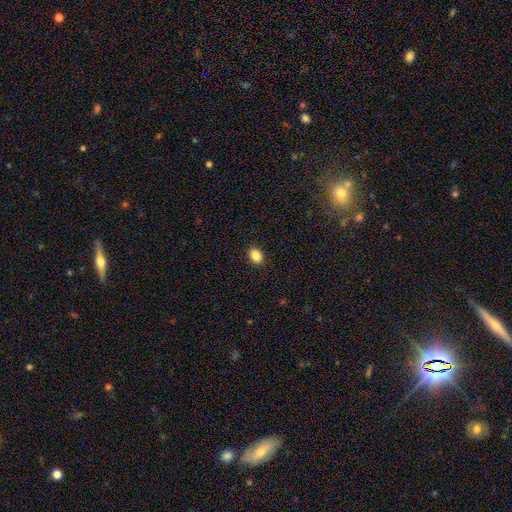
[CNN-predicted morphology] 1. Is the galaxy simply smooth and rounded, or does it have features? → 86% smooth, 9% star or artifact, 4% featured or disk.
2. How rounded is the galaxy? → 69% in between, 30% round, 1% cigar-shaped.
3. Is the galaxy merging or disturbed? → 90% none, 7% minor disturbance, 2% major disturbance, 1% merger.